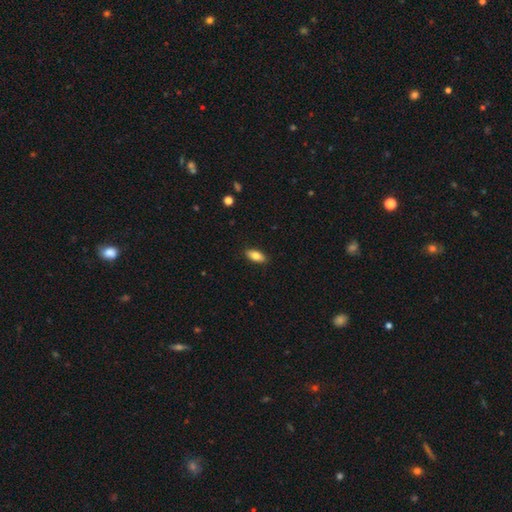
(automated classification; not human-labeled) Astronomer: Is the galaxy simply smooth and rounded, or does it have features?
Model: smooth — 80%.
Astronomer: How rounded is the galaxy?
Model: in between — 88%.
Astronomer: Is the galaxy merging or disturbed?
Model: none — 88%.